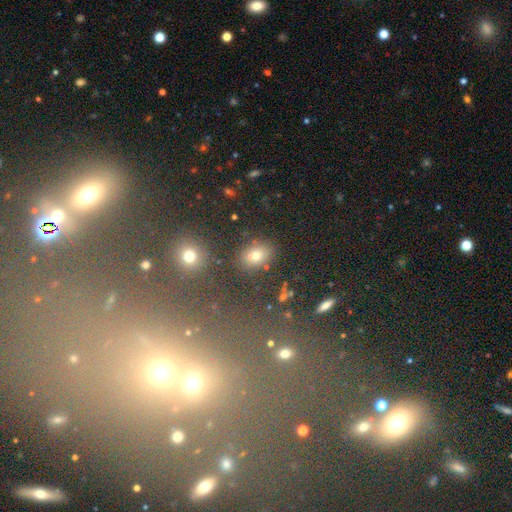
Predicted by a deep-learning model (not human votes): This appears to be a smooth galaxy with no disk features (68%) that is in between round and cigar-shaped (71%). Merging: none (83%).